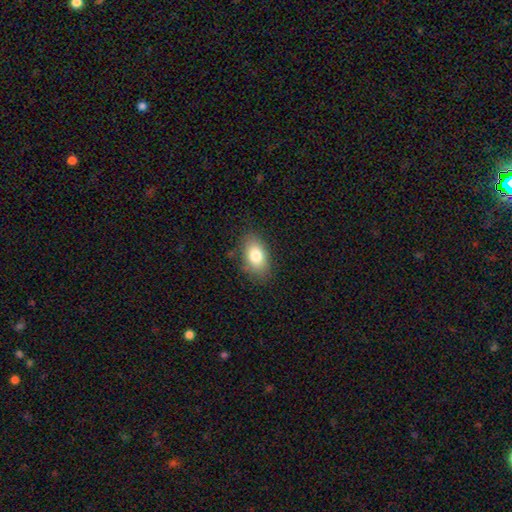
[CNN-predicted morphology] A smooth galaxy with no disk features (79%) that is in between round and cigar-shaped (90%). Merging: none (81%).